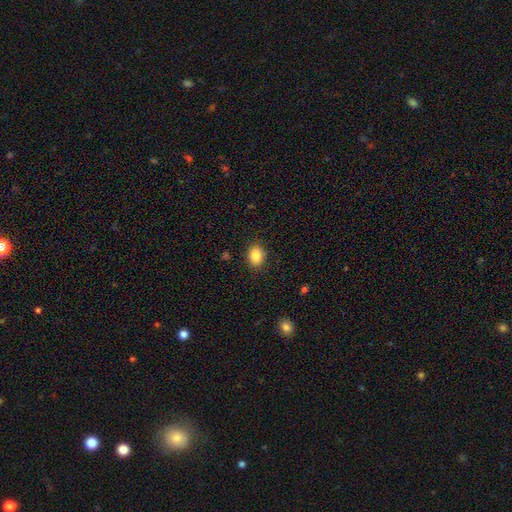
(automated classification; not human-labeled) A smooth galaxy with no disk features (85%) that is in between round and cigar-shaped (52%). Merging: none (88%).